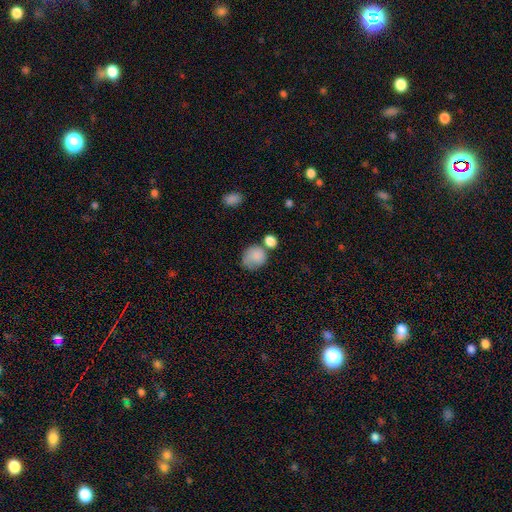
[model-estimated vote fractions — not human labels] smooth-or-featured: smooth: 81% | featured or disk: 10% | star or artifact: 9%
  how-rounded: round: 71% | in between: 28% | cigar-shaped: 1%
  merging: none: 45% | minor disturbance: 25% | merger: 19% | major disturbance: 12%